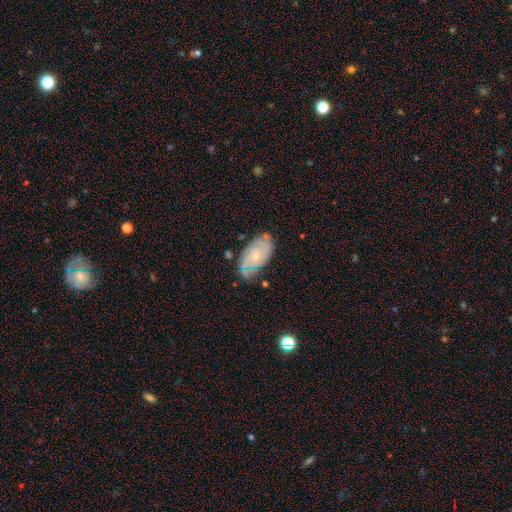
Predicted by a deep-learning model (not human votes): smooth-or-featured: featured or disk: 73% | smooth: 20% | star or artifact: 7%
  disk-edge-on: no: 96% | yes: 4%
    bar: no: 76% | weak: 21% | strong: 3%
    has-spiral-arms: yes: 89% | no: 11%
      spiral-winding: tight: 65% | medium: 28% | loose: 8%
      spiral-arm-count: 2: 38% | can't tell: 35% | 3: 14% | 4: 6% | 1: 4% | more than 4: 4%
    bulge-size: small: 71% | moderate: 25% | none: 2% | large: 1% | dominant: 1%
  merging: none: 67% | minor disturbance: 23% | major disturbance: 6% | merger: 4%